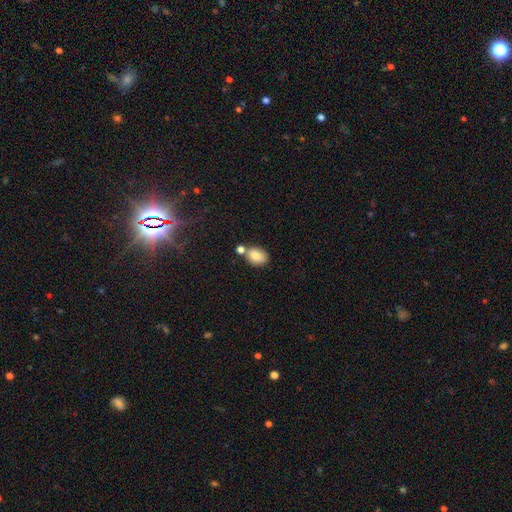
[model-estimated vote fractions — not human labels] smooth 84%, star or artifact 8%, featured or disk 8%. Down the decision tree: how rounded — in between (80%); merging — none (61%).